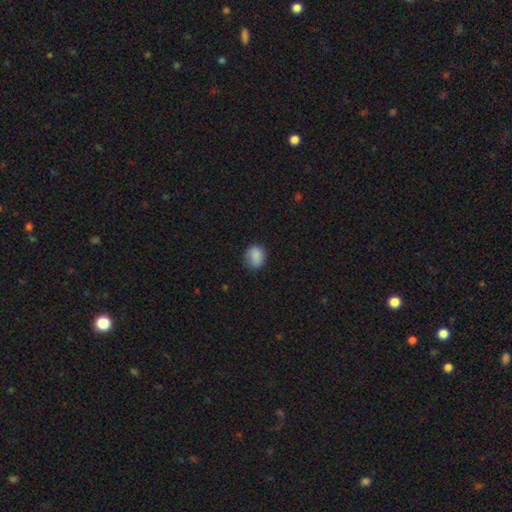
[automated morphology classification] smooth_or_featured: smooth (p=0.87) [alt: star or artifact p=0.08]
how_rounded: round (p=0.54) [alt: in between p=0.45]
merging: none (p=0.77) [alt: minor disturbance p=0.18]